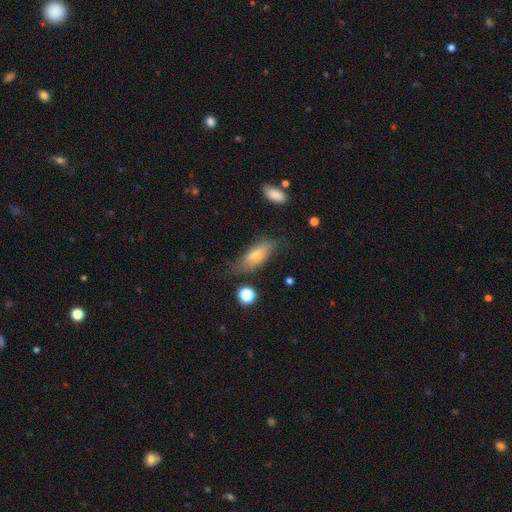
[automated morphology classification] smooth_or_featured: smooth (p=0.66) [alt: featured or disk p=0.26]
how_rounded: in between (p=0.71) [alt: cigar-shaped p=0.26]
merging: none (p=0.65) [alt: minor disturbance p=0.25]